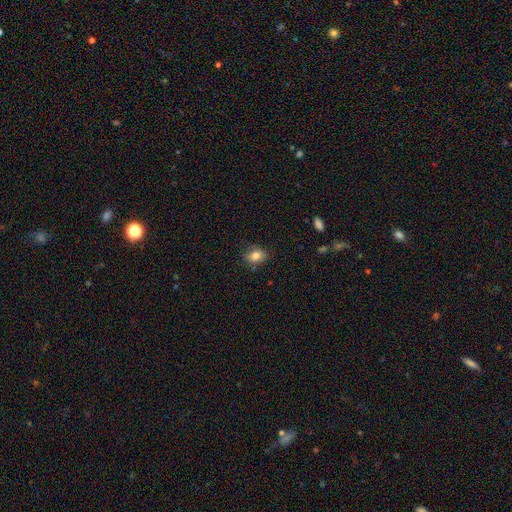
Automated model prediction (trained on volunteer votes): This appears to be a smooth galaxy with no disk features (81%) that is in between round and cigar-shaped (66%). Merging: none (71%).